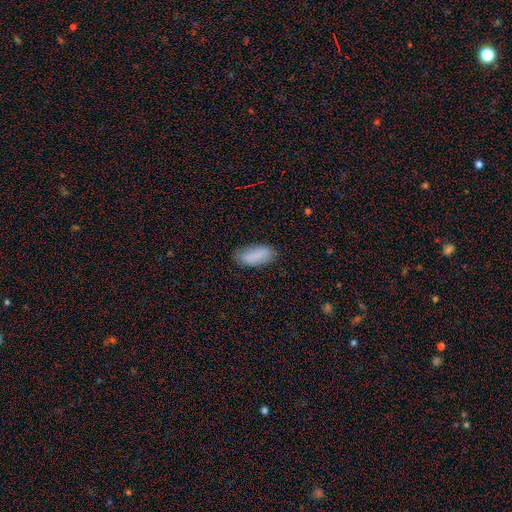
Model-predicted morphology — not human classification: Q: Smooth or featured?
A: smooth (85%); runner-up: featured or disk (8%)
Q: How rounded?
A: in between (89%); runner-up: cigar-shaped (9%)
Q: Merging?
A: none (76%); runner-up: minor disturbance (19%)